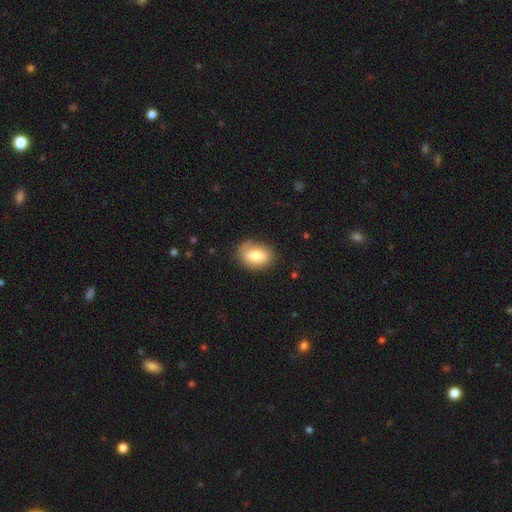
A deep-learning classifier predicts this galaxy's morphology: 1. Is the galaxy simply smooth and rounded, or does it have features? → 77% smooth, 16% featured or disk, 7% star or artifact.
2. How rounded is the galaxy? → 79% in between, 20% round, 1% cigar-shaped.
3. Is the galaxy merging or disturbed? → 76% none, 18% minor disturbance, 5% major disturbance, 1% merger.